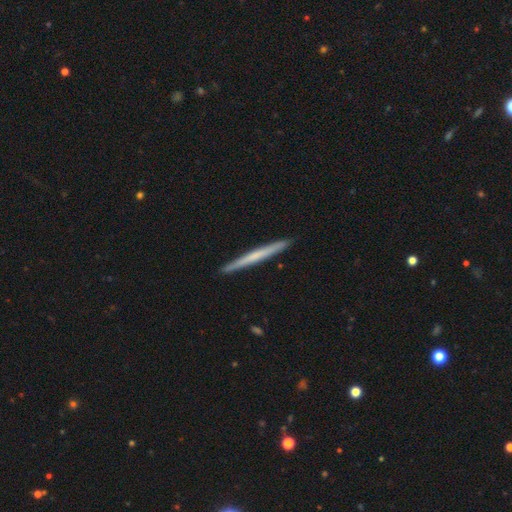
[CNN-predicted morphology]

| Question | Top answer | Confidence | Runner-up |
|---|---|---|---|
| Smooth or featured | smooth | 48% | featured or disk (47%) |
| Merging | none | 93% | minor disturbance (5%) |